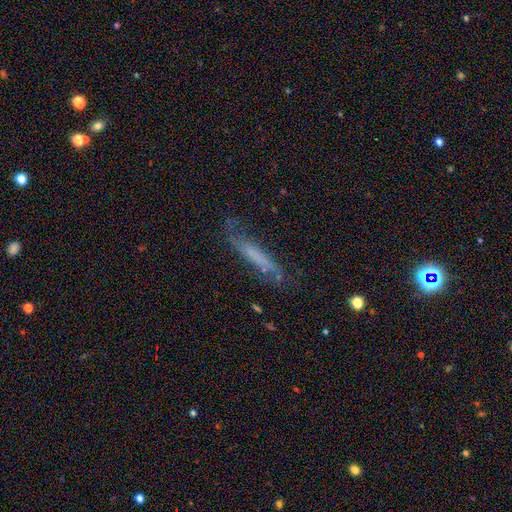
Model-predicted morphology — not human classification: The model was most divided on "smooth or featured": featured or disk: 48%, smooth: 40%, star or artifact: 13%. More confident: merging — none (62%).